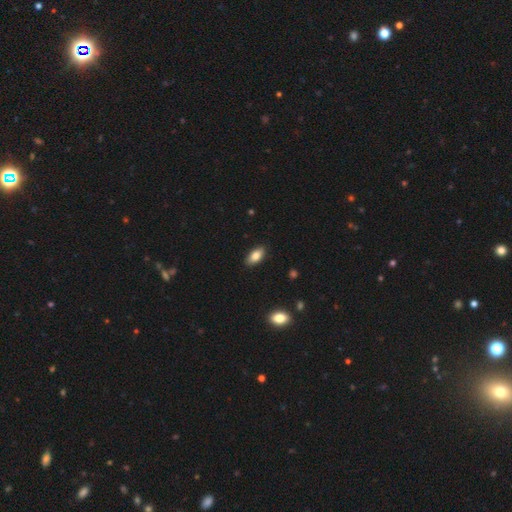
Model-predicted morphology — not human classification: smooth_or_featured: smooth (p=0.83) [alt: featured or disk p=0.09]
how_rounded: in between (p=0.90) [alt: cigar-shaped p=0.07]
merging: none (p=0.88) [alt: minor disturbance p=0.09]